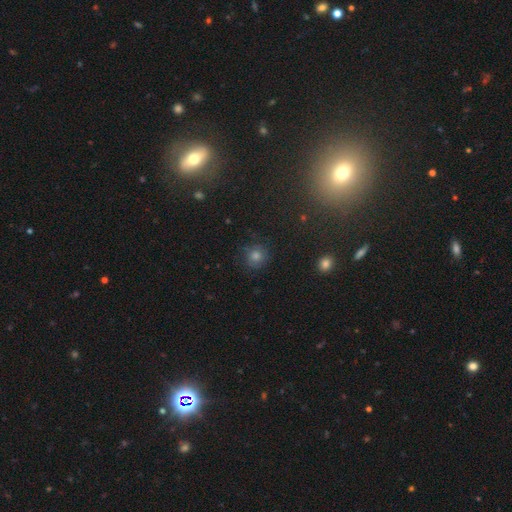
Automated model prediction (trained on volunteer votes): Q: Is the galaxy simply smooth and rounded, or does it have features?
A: smooth — 64%.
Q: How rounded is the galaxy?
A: round — 91%.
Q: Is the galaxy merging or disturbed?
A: none — 85%.